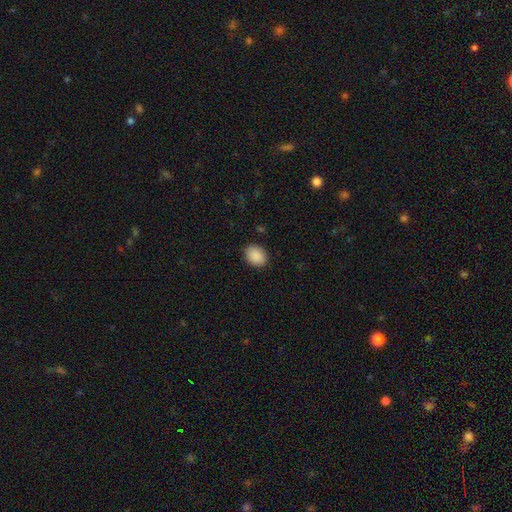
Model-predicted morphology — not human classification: Smooth or featured? Predicted: smooth (p=0.90). How rounded? Predicted: in between (p=0.64). Merging? Predicted: none (p=0.88).